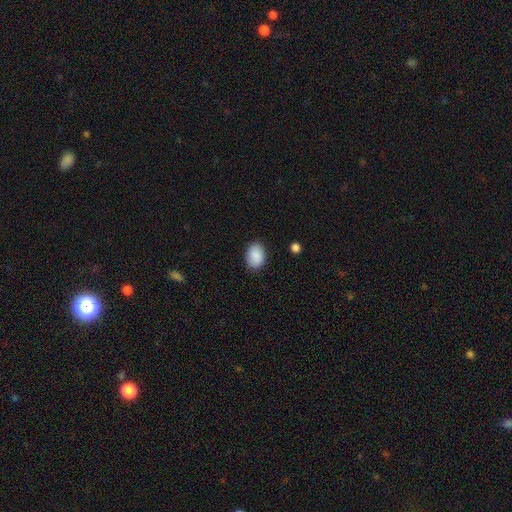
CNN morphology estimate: smooth-or-featured: smooth: 89% | star or artifact: 7% | featured or disk: 4%
  how-rounded: in between: 78% | round: 21% | cigar-shaped: 1%
  merging: none: 86% | minor disturbance: 10% | major disturbance: 2% | merger: 1%